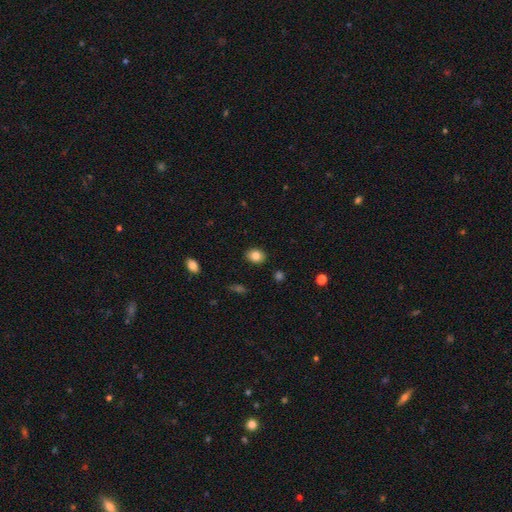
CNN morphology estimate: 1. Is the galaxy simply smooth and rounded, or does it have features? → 83% smooth, 9% star or artifact, 8% featured or disk.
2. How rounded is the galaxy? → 64% in between, 35% round, 1% cigar-shaped.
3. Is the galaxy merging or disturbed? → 88% none, 8% minor disturbance, 2% major disturbance, 1% merger.